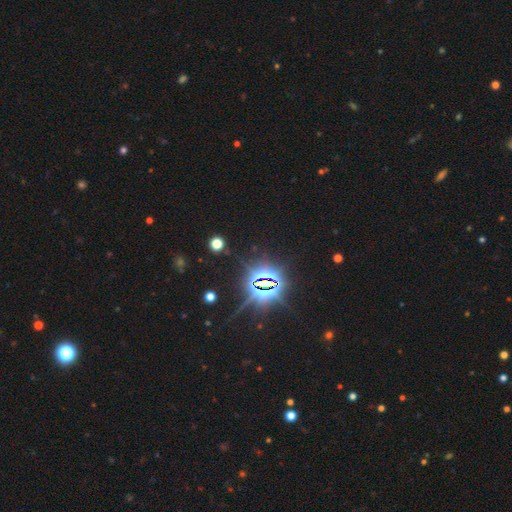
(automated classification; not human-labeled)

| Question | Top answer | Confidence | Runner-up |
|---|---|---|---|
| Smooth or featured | star or artifact | 86% | smooth (8%) |